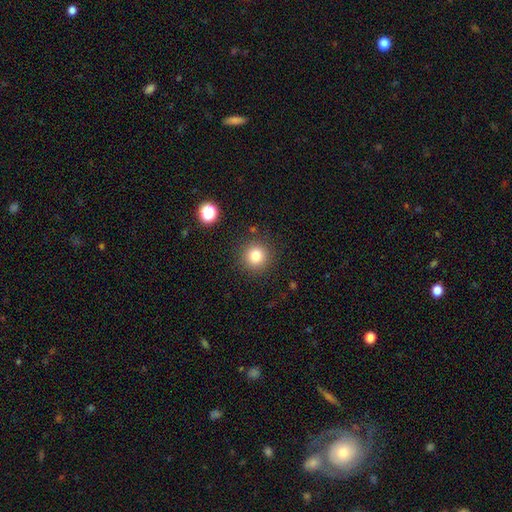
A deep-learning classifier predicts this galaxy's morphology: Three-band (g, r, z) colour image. It shows a smooth galaxy with no disk features (81%) that is round (94%). Merging: none (89%).